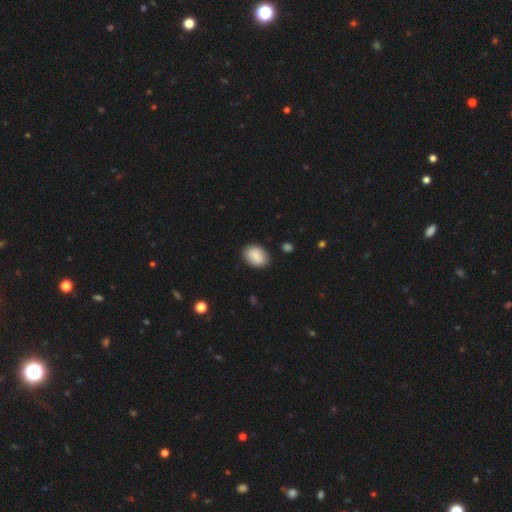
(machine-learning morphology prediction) Smooth or featured? Predicted: smooth (p=0.84). How rounded? Predicted: in between (p=0.73). Merging? Predicted: none (p=0.83).